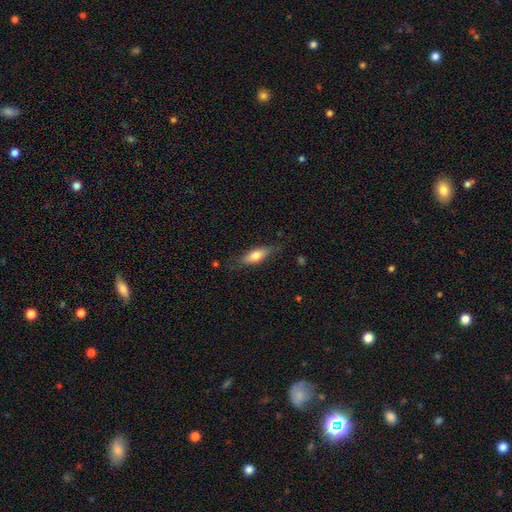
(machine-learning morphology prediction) Smooth or featured? smooth (71%)
How rounded? in between (64%)
Merging? none (76%)